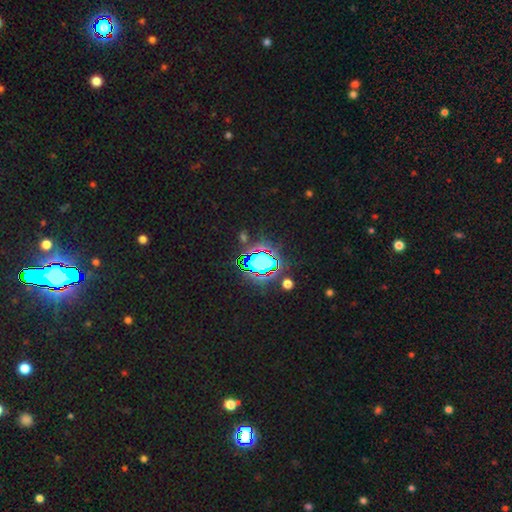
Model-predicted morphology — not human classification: Smooth or featured?
  - star or artifact: 83% *
  - smooth: 10%
  - featured or disk: 7%